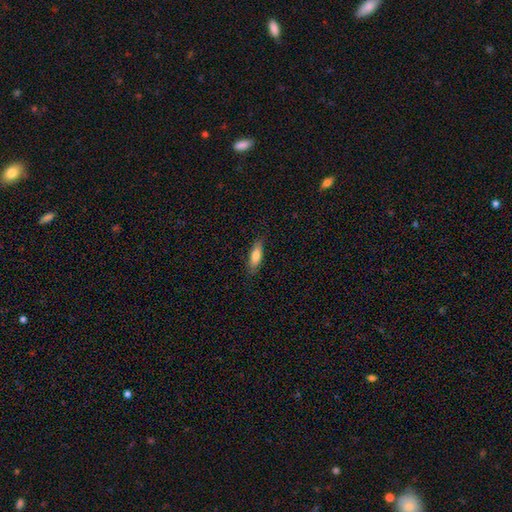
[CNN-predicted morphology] smooth_or_featured: smooth (p=0.78) [alt: featured or disk p=0.15]
how_rounded: in between (p=0.55) [alt: cigar-shaped p=0.43]
merging: none (p=0.85) [alt: minor disturbance p=0.12]